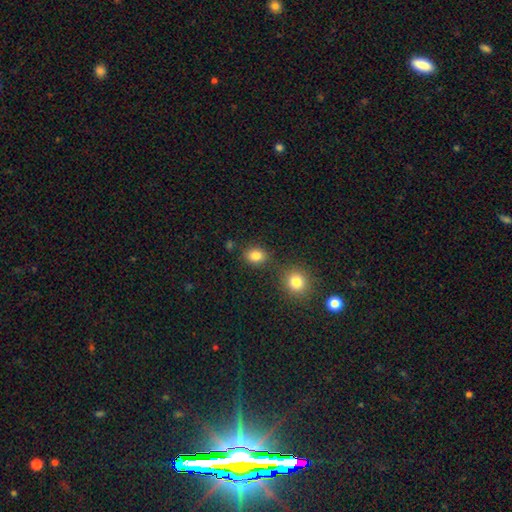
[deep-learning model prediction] Smooth or featured?
  - smooth: 83% *
  - star or artifact: 11%
  - featured or disk: 5%
How rounded?
  - in between: 52% *
  - round: 47%
  - cigar-shaped: 1%
Merging?
  - none: 77% *
  - minor disturbance: 10%
  - merger: 9%
  - major disturbance: 3%